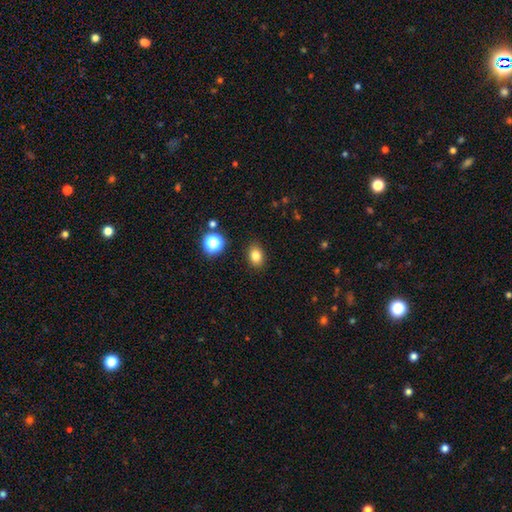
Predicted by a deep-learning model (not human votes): Q: Smooth or featured?
A: smooth (81%); runner-up: star or artifact (12%)
Q: How rounded?
A: in between (69%); runner-up: round (29%)
Q: Merging?
A: none (88%); runner-up: minor disturbance (8%)